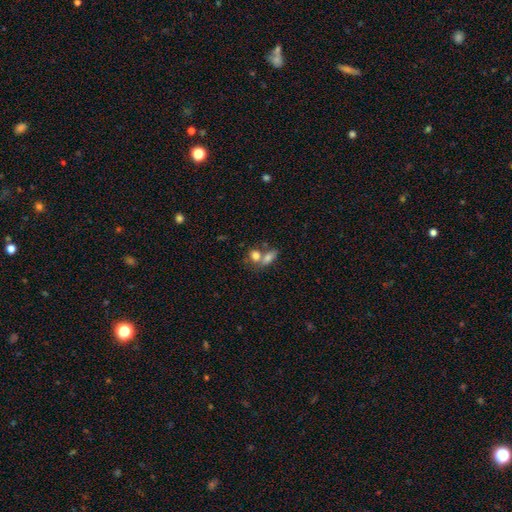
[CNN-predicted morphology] A smooth galaxy with no disk features (77%) that is in between round and cigar-shaped (63%). Merging: merger (53%).